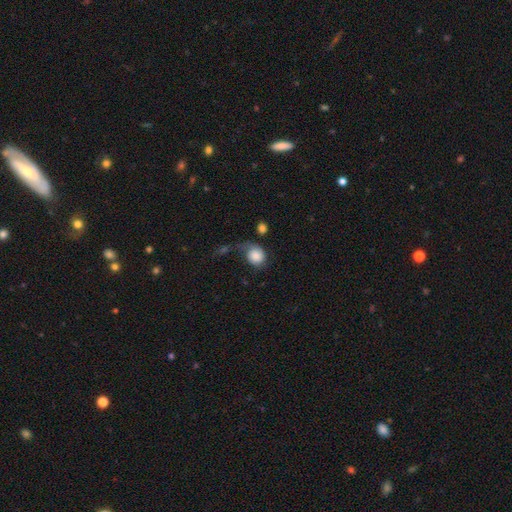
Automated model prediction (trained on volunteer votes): A smooth galaxy with no disk features (73%) that is round (68%). Merging: major disturbance (41%).